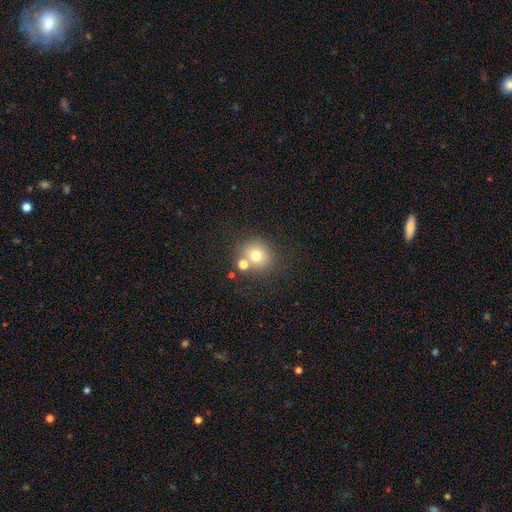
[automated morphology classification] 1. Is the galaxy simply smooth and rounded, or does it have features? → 74% smooth, 14% star or artifact, 12% featured or disk.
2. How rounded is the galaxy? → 85% round, 14% in between, 1% cigar-shaped.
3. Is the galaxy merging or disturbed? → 65% none, 22% merger, 9% minor disturbance, 4% major disturbance.